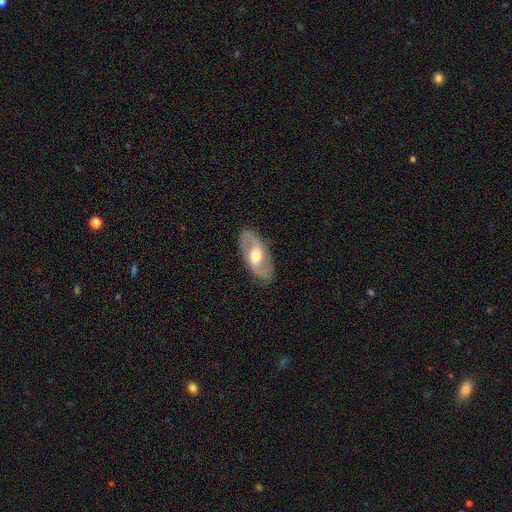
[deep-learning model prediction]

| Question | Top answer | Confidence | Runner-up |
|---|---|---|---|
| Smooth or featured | featured or disk | 76% | smooth (19%) |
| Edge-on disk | no | 92% | yes (8%) |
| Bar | weak | 44% | no (34%) |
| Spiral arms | yes | 82% | no (18%) |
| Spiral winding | medium | 46% | loose (37%) |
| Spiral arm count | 2 | 89% | can't tell (6%) |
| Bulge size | moderate | 70% | large (14%) |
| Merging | none | 85% | minor disturbance (10%) |